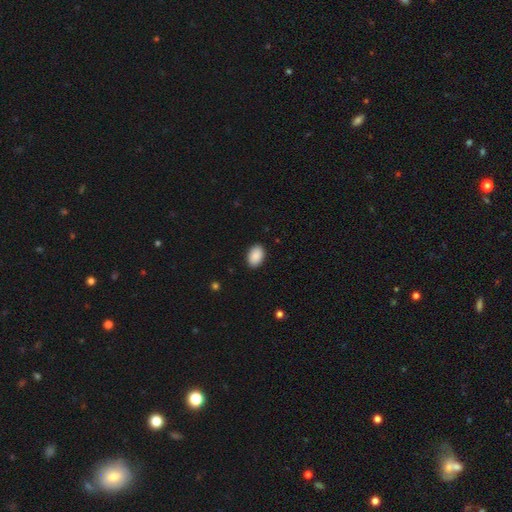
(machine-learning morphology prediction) The model was most divided on "how rounded": in between: 91%, round: 8%, cigar-shaped: 1%. More confident: smooth or featured — smooth (91%); merging — none (90%).